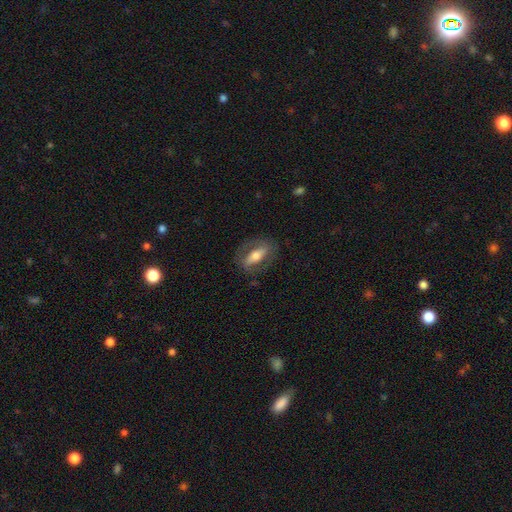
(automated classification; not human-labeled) Morphology: type=featured or disk (59%); edge-on=no (74%); merging=none (74%).